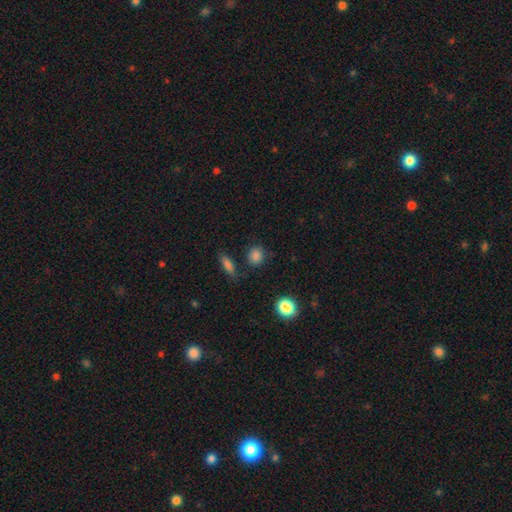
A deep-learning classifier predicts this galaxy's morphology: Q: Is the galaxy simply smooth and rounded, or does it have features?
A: smooth — 83%.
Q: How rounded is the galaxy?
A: round — 73%.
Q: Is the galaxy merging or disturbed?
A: none — 80%.